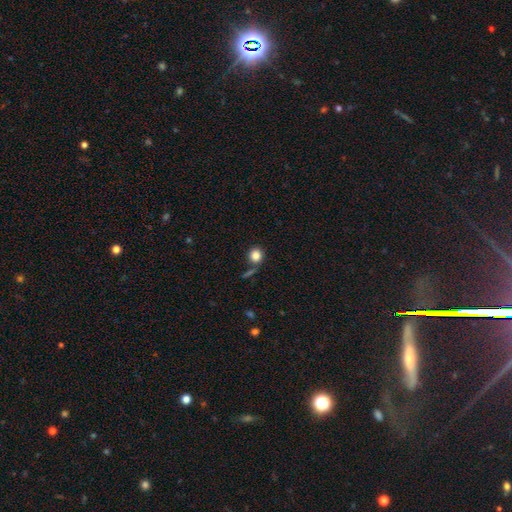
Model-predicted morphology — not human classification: The model was most divided on "merging": none: 75%, minor disturbance: 11%, merger: 10%, major disturbance: 4%. More confident: how rounded — round (88%); smooth or featured — smooth (84%).